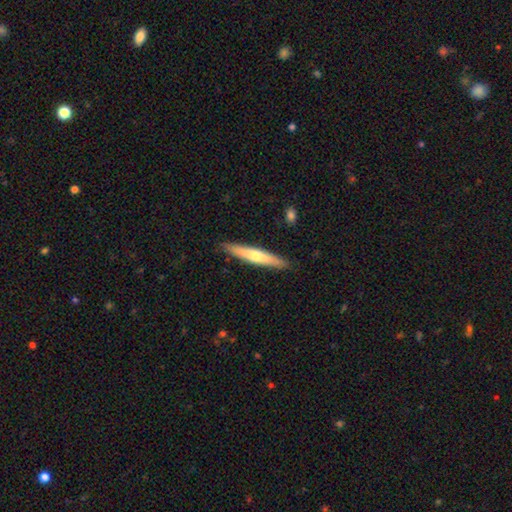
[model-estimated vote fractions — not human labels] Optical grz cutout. It shows a smooth galaxy with no disk features (50%). Merging: none (90%).